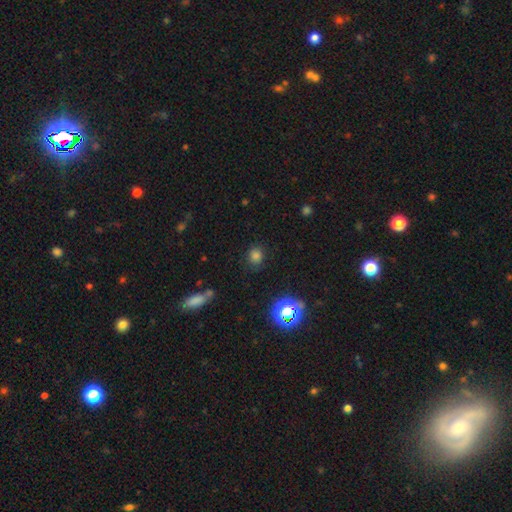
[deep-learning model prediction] Morphology: type=smooth (73%); roundness=round (77%); merging=none (80%).